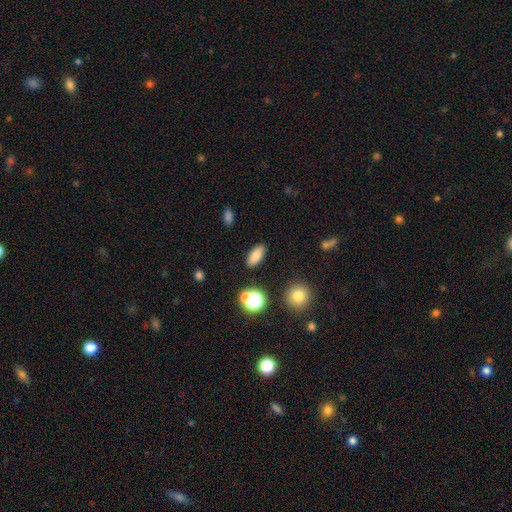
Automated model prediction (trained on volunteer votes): Smooth or featured?
  - smooth: 79% *
  - star or artifact: 11%
  - featured or disk: 10%
How rounded?
  - in between: 79% *
  - cigar-shaped: 16%
  - round: 5%
Merging?
  - none: 87% *
  - minor disturbance: 8%
  - major disturbance: 2%
  - merger: 2%